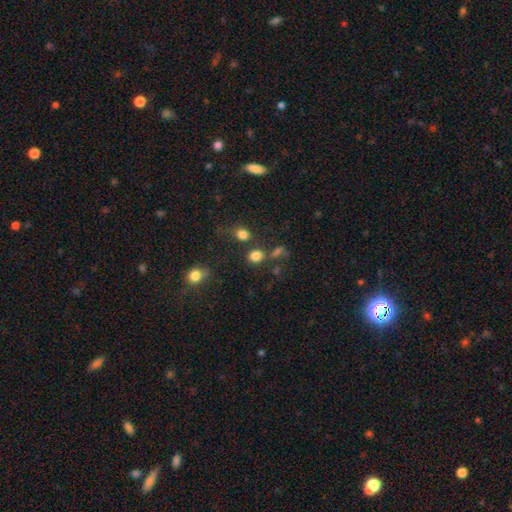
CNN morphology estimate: The model was most divided on "how rounded": round: 73%, in between: 26%, cigar-shaped: 1%. More confident: smooth or featured — smooth (80%); merging — none (65%).